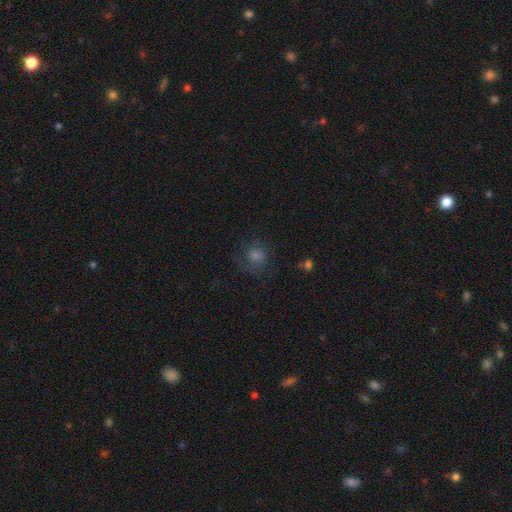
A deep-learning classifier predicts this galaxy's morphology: smooth_or_featured: smooth (p=0.55) [alt: featured or disk p=0.24]
how_rounded: round (p=0.84) [alt: in between p=0.15]
merging: none (p=0.69) [alt: minor disturbance p=0.17]